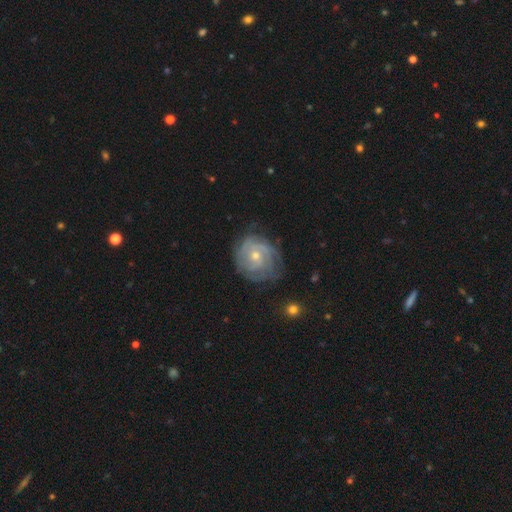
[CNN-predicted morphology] Smooth or featured? featured or disk (79%)
Edge-on disk? no (97%)
Bar? no (69%)
Spiral arms? yes (91%)
Spiral winding? tight (70%)
Spiral arm count? can't tell (40%)
Bulge size? small (50%)
Merging? none (70%)